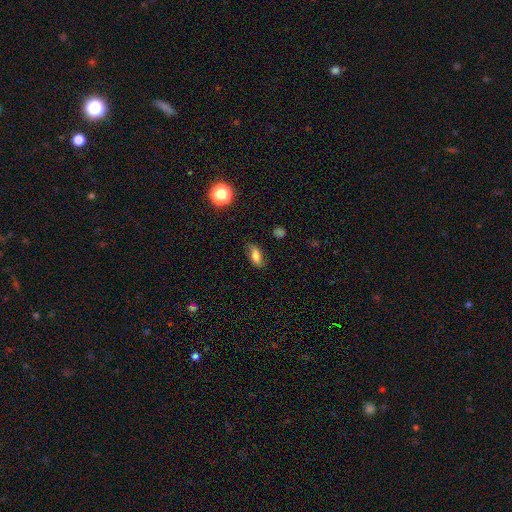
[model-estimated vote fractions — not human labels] Smooth or featured? smooth (71%)
How rounded? in between (82%)
Merging? none (75%)